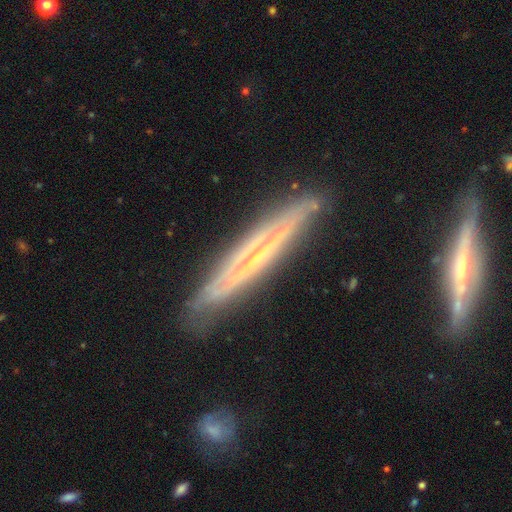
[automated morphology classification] Smooth or featured?
  - featured or disk: 77% *
  - smooth: 17%
  - star or artifact: 7%
Edge-on disk?
  - yes: 76% *
  - no: 24%
Edge-on bulge?
  - none: 67% *
  - rounded: 25%
  - boxy: 8%
Merging?
  - none: 78% *
  - minor disturbance: 16%
  - major disturbance: 4%
  - merger: 2%